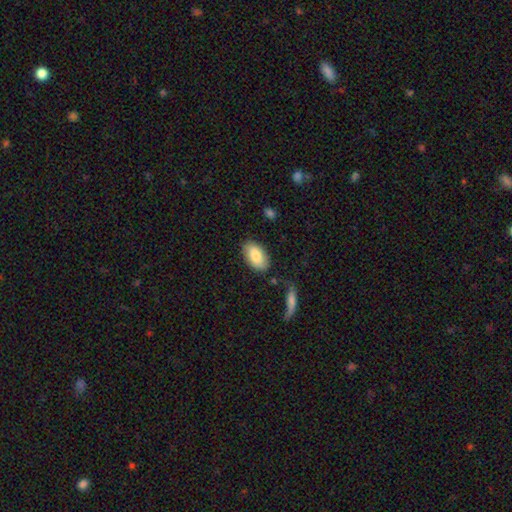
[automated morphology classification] Overall: smooth (83%). How rounded: in between (94%). Merging: none (81%).